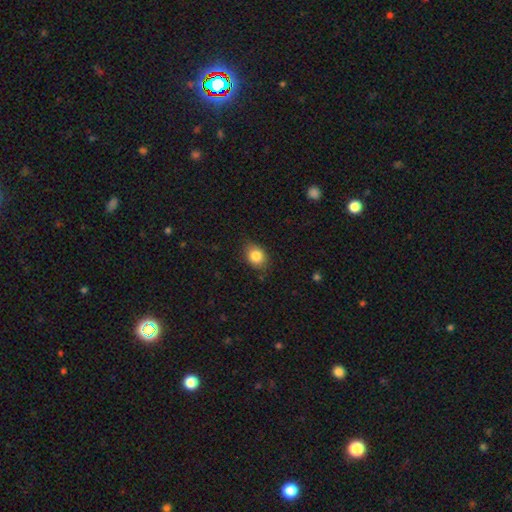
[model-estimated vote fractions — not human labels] Smooth or featured: smooth — 84% (star or artifact — 9%)
How rounded: in between — 56% (round — 43%)
Merging: none — 80% (minor disturbance — 16%)